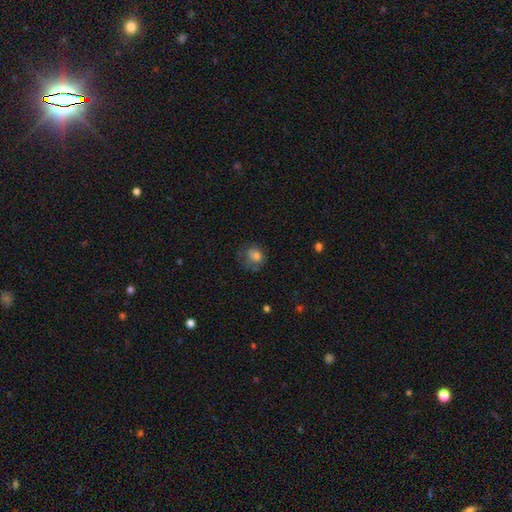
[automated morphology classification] Smooth or featured?
  - smooth: 72% *
  - featured or disk: 17%
  - star or artifact: 11%
How rounded?
  - round: 62% *
  - in between: 37%
  - cigar-shaped: 1%
Merging?
  - none: 43% *
  - major disturbance: 27%
  - minor disturbance: 27%
  - merger: 3%